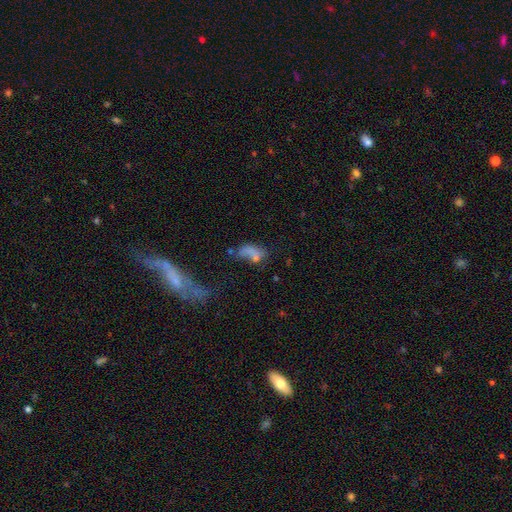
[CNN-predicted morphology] smooth_or_featured: smooth (p=0.53) [alt: featured or disk p=0.29]
how_rounded: in between (p=0.74) [alt: cigar-shaped p=0.17]
merging: none (p=0.31) [alt: major disturbance p=0.27]